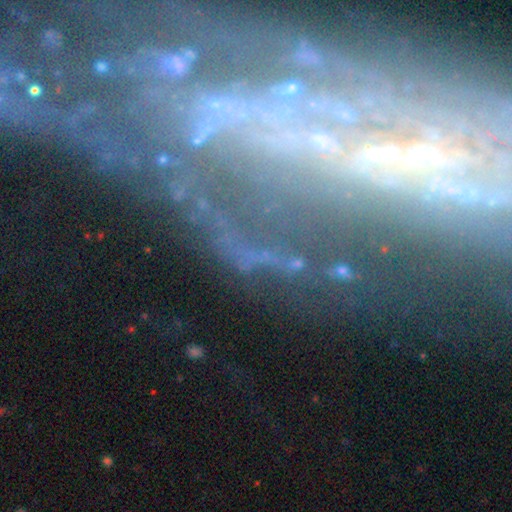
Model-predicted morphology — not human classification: star or artifact 62%, featured or disk 22%, smooth 15%.